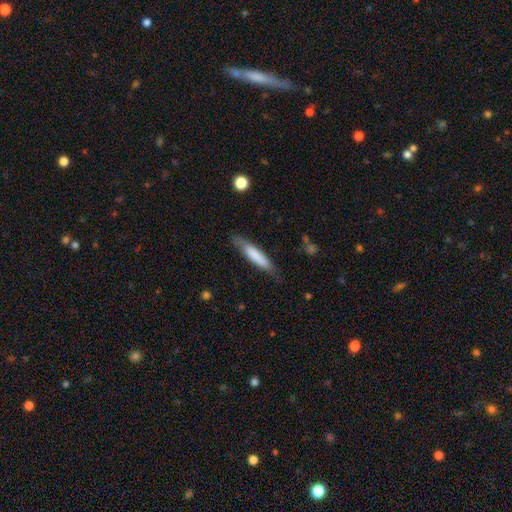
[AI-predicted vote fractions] smooth 76%, featured or disk 19%, star or artifact 5%. Down the decision tree: how rounded — cigar-shaped (85%); merging — none (76%).